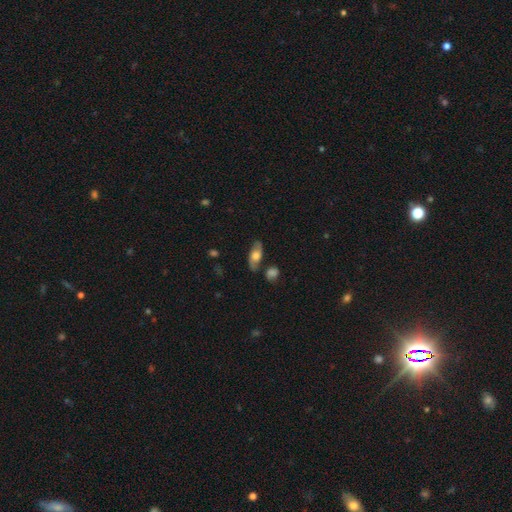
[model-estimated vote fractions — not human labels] This is possibly a smooth galaxy (49%). Merging: likely none (75%).